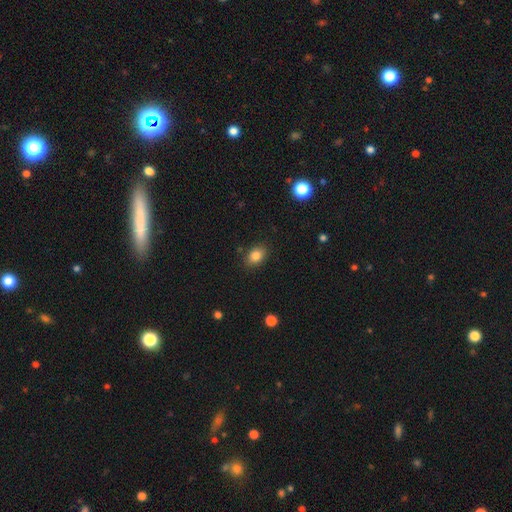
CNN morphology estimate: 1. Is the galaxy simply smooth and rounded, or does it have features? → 84% smooth, 10% star or artifact, 7% featured or disk.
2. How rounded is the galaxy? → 73% in between, 26% round, 1% cigar-shaped.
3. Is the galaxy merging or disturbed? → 85% none, 11% minor disturbance, 3% major disturbance, 2% merger.